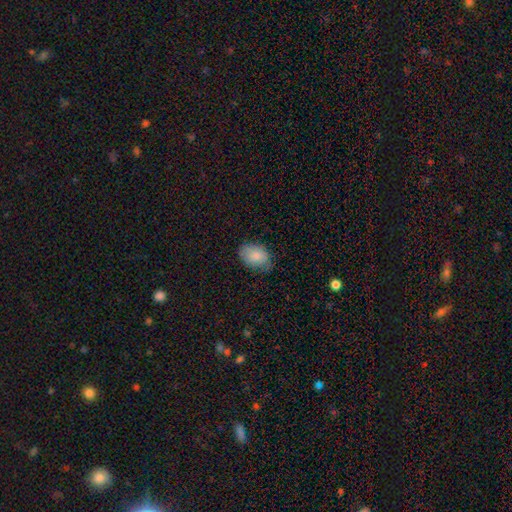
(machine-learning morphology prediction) This appears to be a smooth galaxy with no disk features (84%) that is in between round and cigar-shaped (85%). Merging: none (71%).